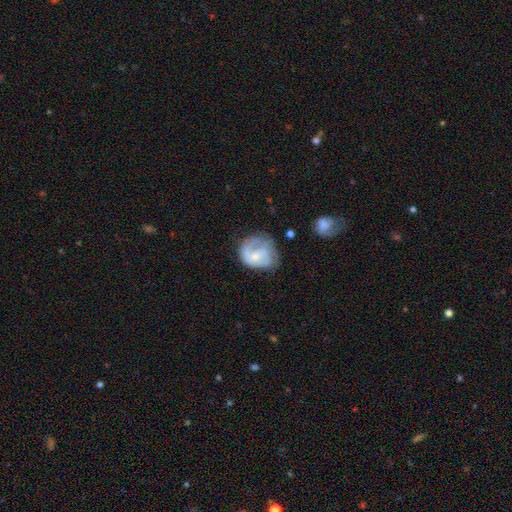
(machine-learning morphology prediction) Smooth or featured? Predicted: featured or disk (p=0.56). Edge-on disk? Predicted: no (p=0.98). Bar? Predicted: no (p=0.62). Spiral arms? Predicted: yes (p=0.69). Bulge size? Predicted: small (p=0.49). Merging? Predicted: none (p=0.44).